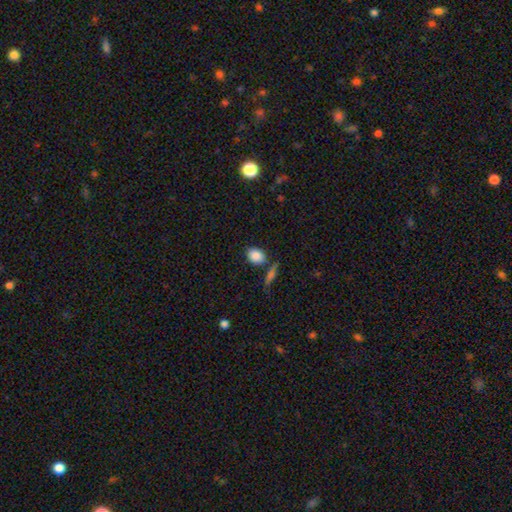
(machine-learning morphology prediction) The model was most divided on "how rounded": in between: 61%, round: 37%, cigar-shaped: 2%. More confident: smooth or featured — smooth (87%); merging — none (73%).